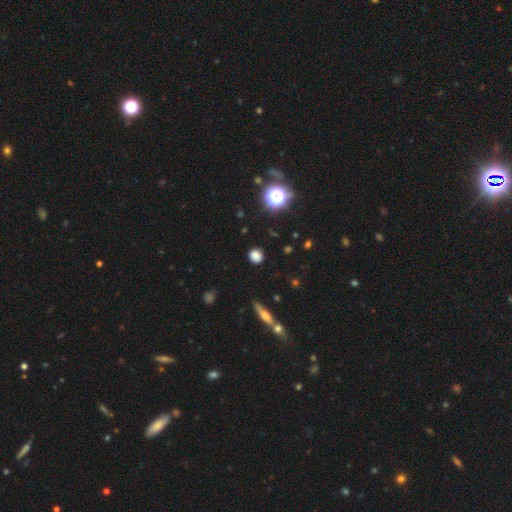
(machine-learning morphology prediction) Q: Smooth or featured?
A: smooth (80%); runner-up: star or artifact (14%)
Q: How rounded?
A: round (77%); runner-up: in between (20%)
Q: Merging?
A: none (88%); runner-up: minor disturbance (8%)